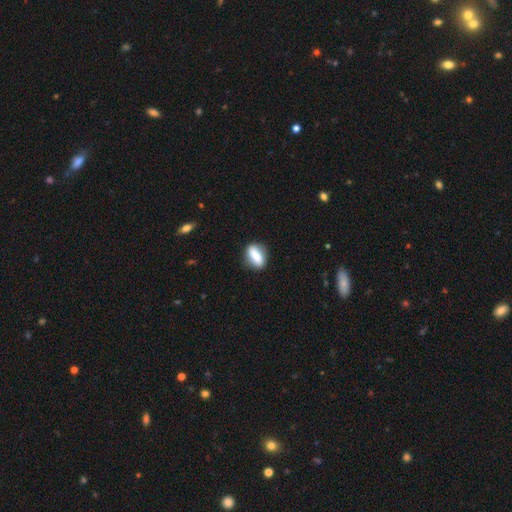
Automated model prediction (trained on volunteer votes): smooth_or_featured: smooth (p=0.74) [alt: featured or disk p=0.18]
how_rounded: in between (p=0.69) [alt: cigar-shaped p=0.21]
merging: none (p=0.80) [alt: minor disturbance p=0.14]